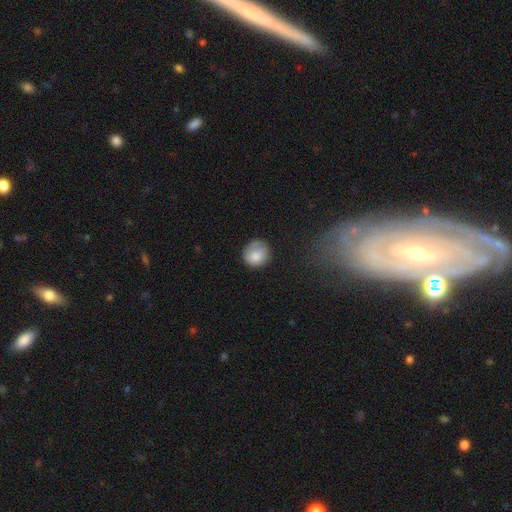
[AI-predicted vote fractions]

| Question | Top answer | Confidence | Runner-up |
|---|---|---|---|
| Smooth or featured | smooth | 80% | featured or disk (12%) |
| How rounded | round | 83% | in between (16%) |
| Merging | none | 67% | minor disturbance (23%) |